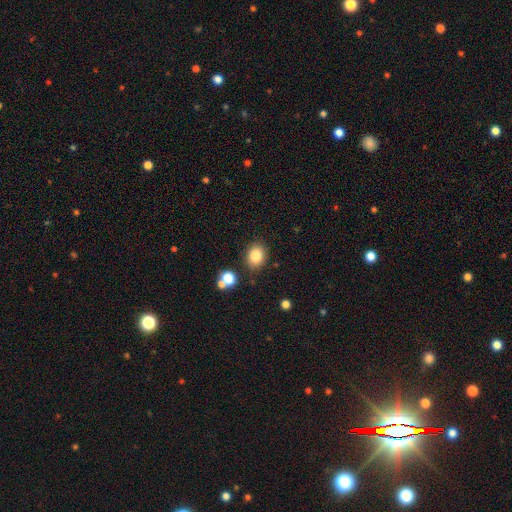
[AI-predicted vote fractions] A smooth galaxy with no disk features (82%) that is round (54%). Merging: none (82%).